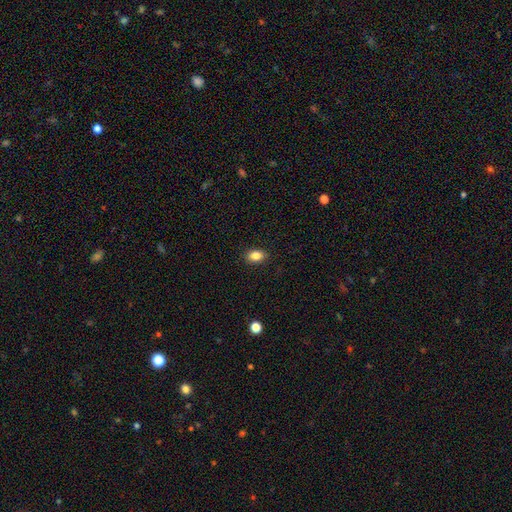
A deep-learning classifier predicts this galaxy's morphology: Smooth or featured? Predicted: smooth (p=0.86). How rounded? Predicted: in between (p=0.82). Merging? Predicted: none (p=0.89).